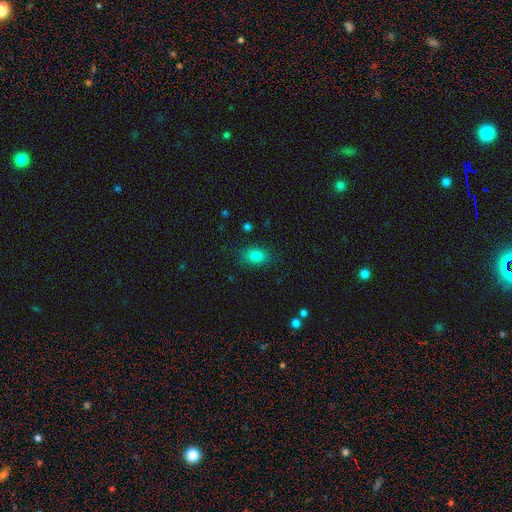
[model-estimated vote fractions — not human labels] Morphology: type=smooth (83%); roundness=in between (82%); merging=none (81%).